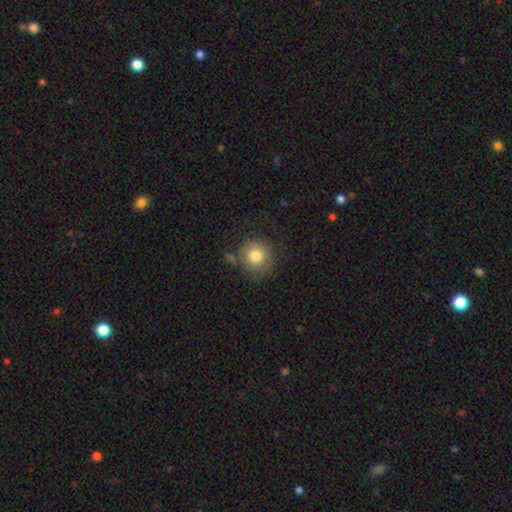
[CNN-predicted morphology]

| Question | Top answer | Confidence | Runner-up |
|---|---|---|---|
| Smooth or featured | smooth | 80% | featured or disk (11%) |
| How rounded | round | 92% | in between (7%) |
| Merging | none | 73% | minor disturbance (16%) |